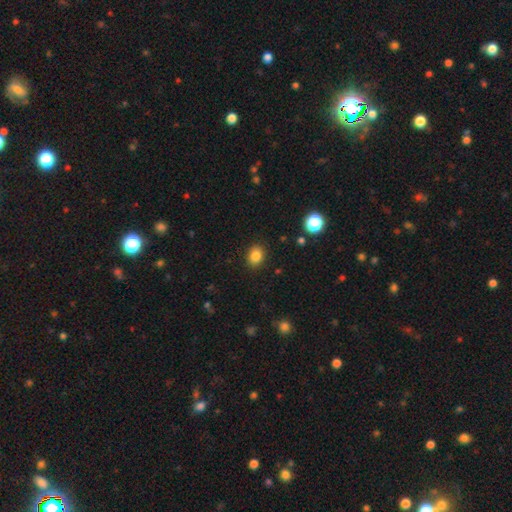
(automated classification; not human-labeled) This is clearly a smooth galaxy (84%). How rounded: possibly in between (51%). Merging: clearly none (89%).